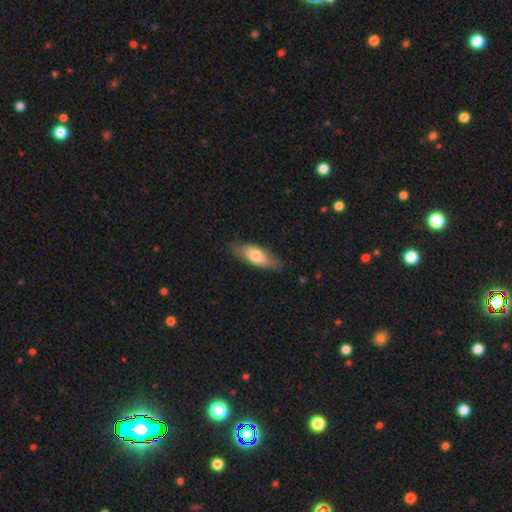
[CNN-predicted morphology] smooth-or-featured: smooth: 66% | featured or disk: 28% | star or artifact: 5%
  how-rounded: in between: 66% | cigar-shaped: 31% | round: 2%
  merging: none: 80% | minor disturbance: 16% | major disturbance: 3% | merger: 1%